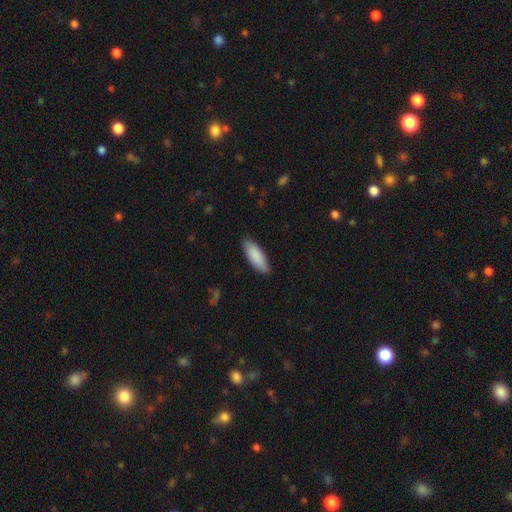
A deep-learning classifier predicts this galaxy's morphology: type=smooth (88%); roundness=in between (64%); merging=none (86%).